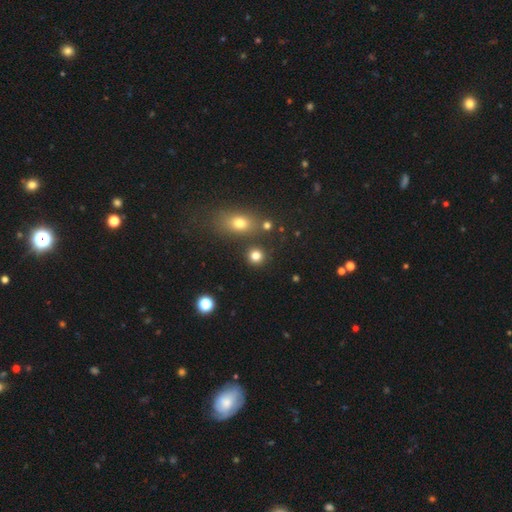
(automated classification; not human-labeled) The model was most divided on "smooth or featured": smooth: 81%, star or artifact: 14%, featured or disk: 6%. More confident: how rounded — round (88%); merging — none (82%).